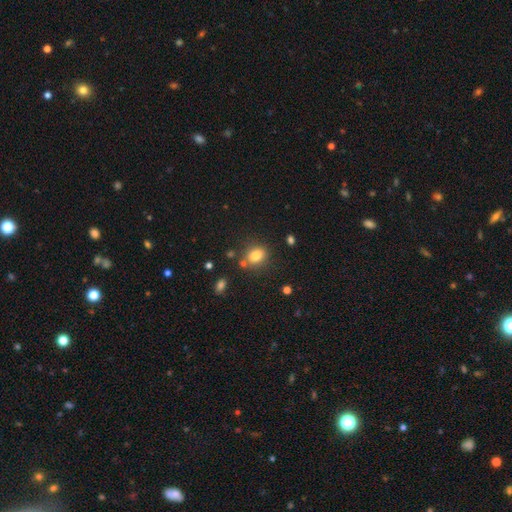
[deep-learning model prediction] smooth 80%, star or artifact 12%, featured or disk 8%. Down the decision tree: how rounded — round (53%); merging — none (76%).